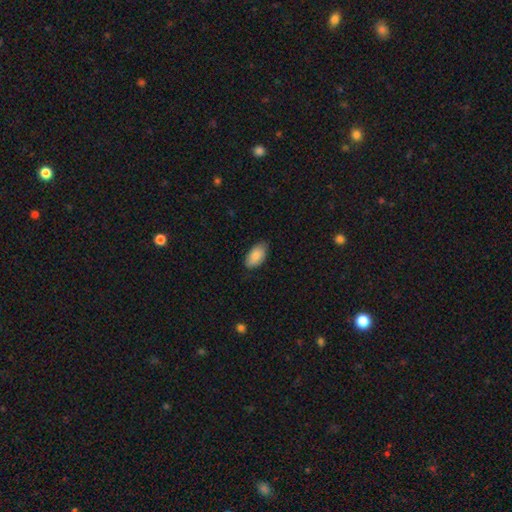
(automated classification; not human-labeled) Smooth or featured? Predicted: smooth (p=0.86). How rounded? Predicted: in between (p=0.95). Merging? Predicted: none (p=0.81).